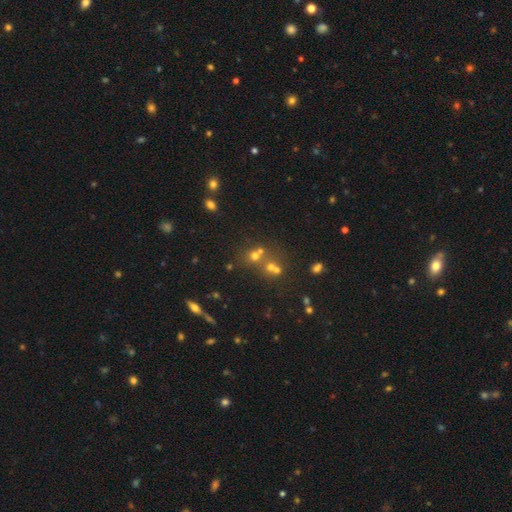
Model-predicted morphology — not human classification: Smooth or featured? Predicted: smooth (p=0.47). Merging? Predicted: none (p=0.49).